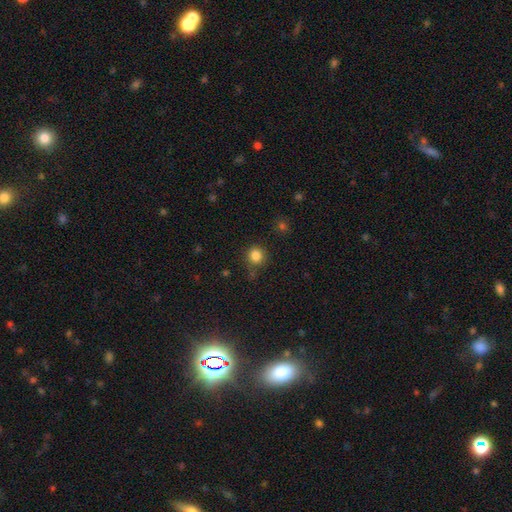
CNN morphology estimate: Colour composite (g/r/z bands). It shows a smooth galaxy with no disk features (84%) that is round (91%). Merging: none (80%).